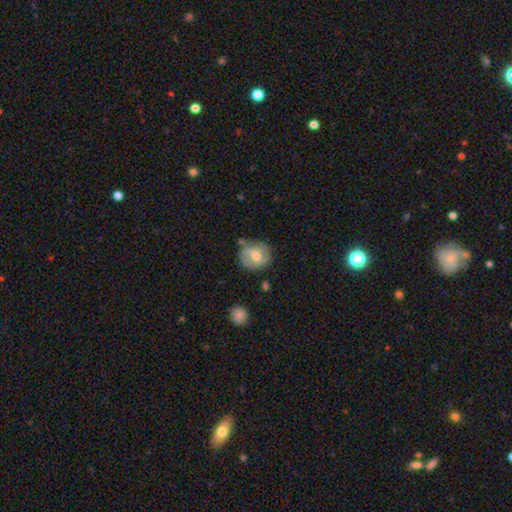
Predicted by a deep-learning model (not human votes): A featured or disk galaxy (54%) with a weak bar (48%), spiral arms (74%) and a moderate central bulge (63%).

Vote fractions:
- Smooth or featured? featured or disk: 54% / smooth: 39% / star or artifact: 7%
- Edge-on disk? no: 96% / yes: 4%
- Bar? weak: 48% / no: 33% / strong: 19%
- Spiral arms? yes: 74% / no: 26%
- Bulge size? moderate: 63% / small: 29% / large: 5% / none: 2% / dominant: 1%
- Merging? none: 62% / minor disturbance: 25% / major disturbance: 8% / merger: 5%